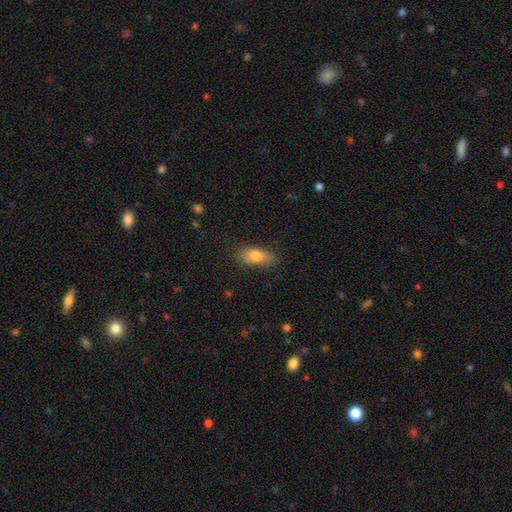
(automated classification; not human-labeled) Q: Smooth or featured?
A: smooth (77%); runner-up: featured or disk (16%)
Q: How rounded?
A: in between (82%); runner-up: cigar-shaped (13%)
Q: Merging?
A: none (78%); runner-up: minor disturbance (17%)